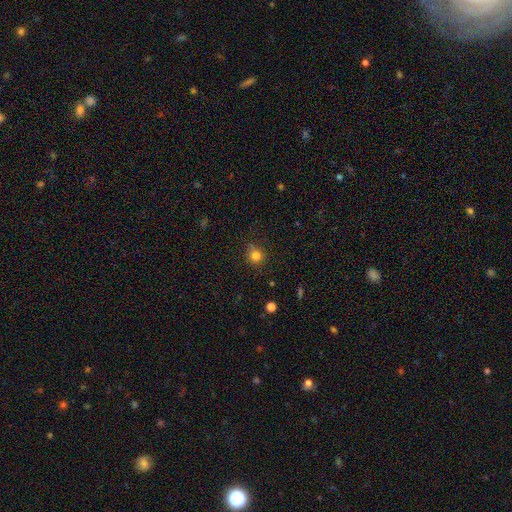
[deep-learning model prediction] The model was most divided on "merging": none: 75%, minor disturbance: 18%, major disturbance: 4%, merger: 3%. More confident: how rounded — round (88%); smooth or featured — smooth (81%).